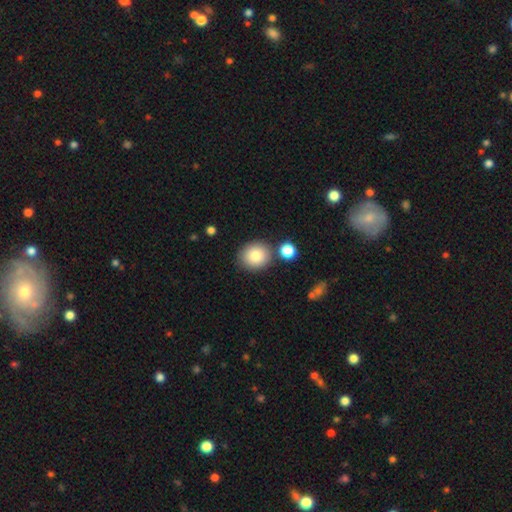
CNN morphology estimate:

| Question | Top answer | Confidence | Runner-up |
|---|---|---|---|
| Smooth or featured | smooth | 82% | star or artifact (10%) |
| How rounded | round | 79% | in between (20%) |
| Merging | none | 77% | minor disturbance (10%) |